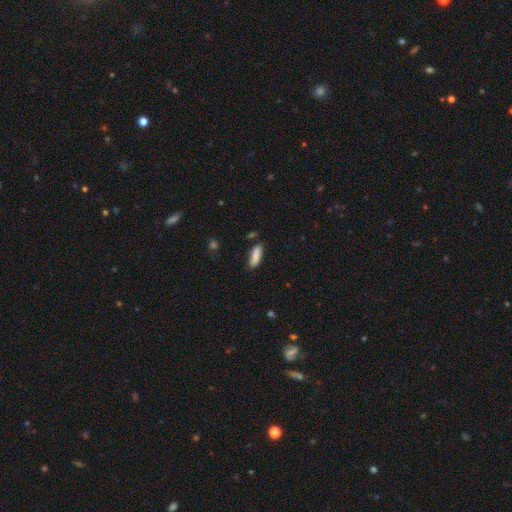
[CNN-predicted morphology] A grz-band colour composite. It shows a smooth galaxy with no disk features (83%) that is in between round and cigar-shaped (53%). Merging: none (74%).